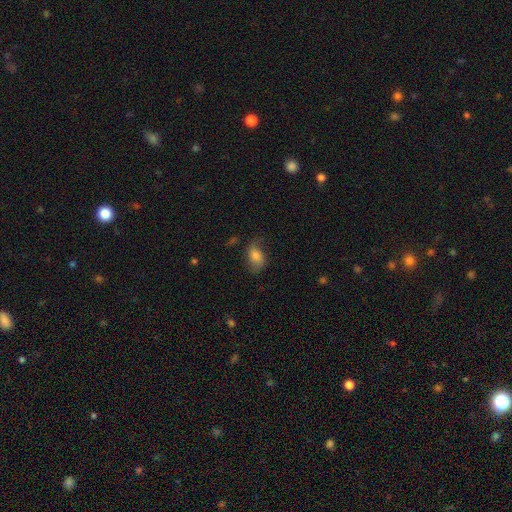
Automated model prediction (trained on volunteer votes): A smooth galaxy with no disk features (63%) that is in between round and cigar-shaped (83%).

Vote fractions:
- Smooth or featured? smooth: 63% / featured or disk: 28% / star or artifact: 9%
- How rounded? in between: 83% / round: 14% / cigar-shaped: 2%
- Merging? none: 58% / minor disturbance: 27% / major disturbance: 13% / merger: 2%